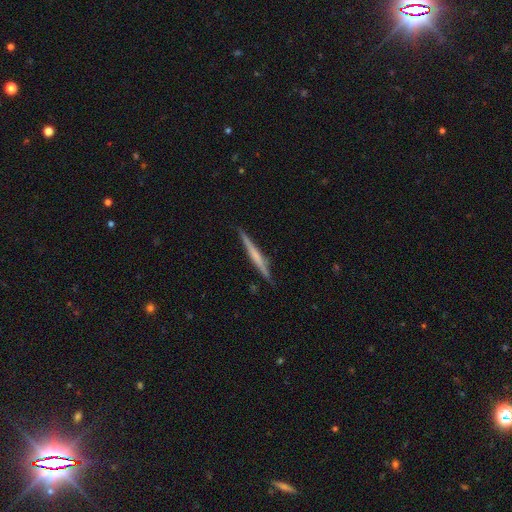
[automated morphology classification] smooth_or_featured: featured or disk (p=0.58) [alt: smooth p=0.37]
disk_edge_on: yes (p=0.98) [alt: no p=0.02]
edge_on_bulge: none (p=0.66) [alt: rounded p=0.21]
merging: none (p=0.89) [alt: minor disturbance p=0.08]